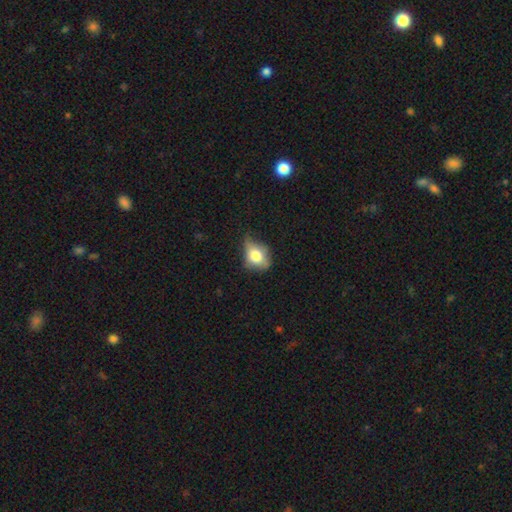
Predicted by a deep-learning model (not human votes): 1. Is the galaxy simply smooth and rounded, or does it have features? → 67% smooth, 23% featured or disk, 10% star or artifact.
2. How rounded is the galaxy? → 63% in between, 34% round, 3% cigar-shaped.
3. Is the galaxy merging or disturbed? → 40% none, 39% minor disturbance, 19% major disturbance, 3% merger.